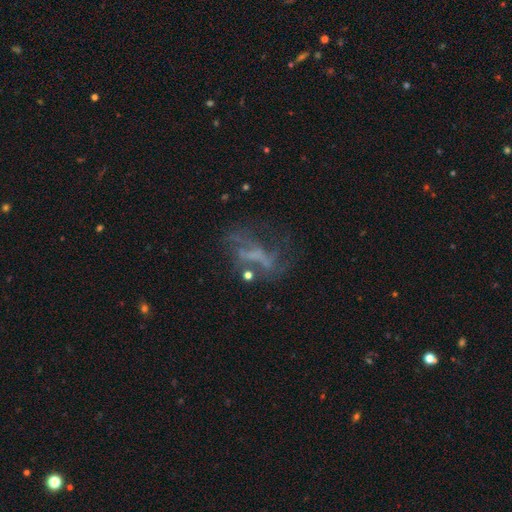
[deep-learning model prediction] Morphology: type=featured or disk (56%); edge-on=no (92%); bar=no (56%); spiral arms=no (66%); bulge=none (68%); merging=none (41%).